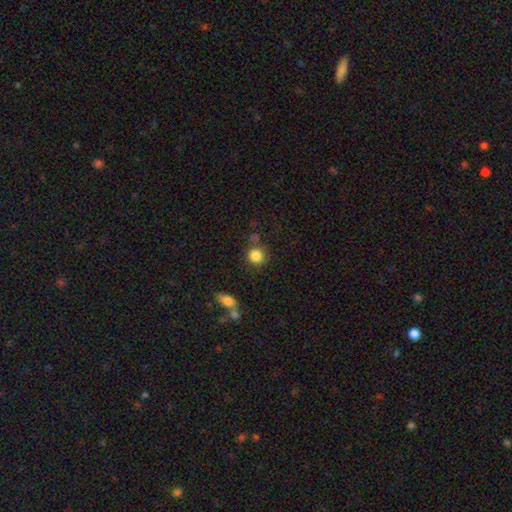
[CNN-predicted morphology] A smooth galaxy with no disk features (85%) that is round (90%). Merging: none (75%).